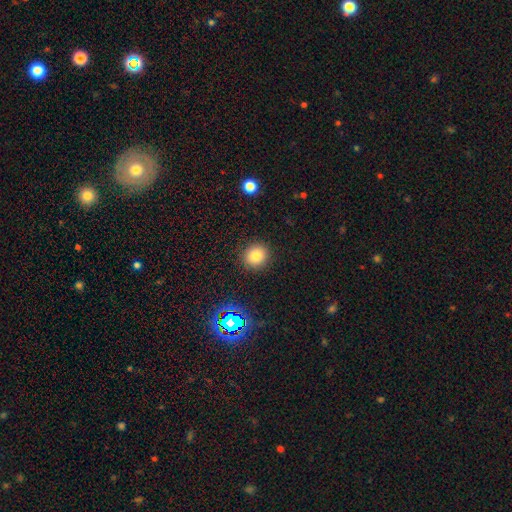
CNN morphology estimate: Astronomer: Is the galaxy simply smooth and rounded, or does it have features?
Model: smooth — 78%.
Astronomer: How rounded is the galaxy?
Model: round — 88%.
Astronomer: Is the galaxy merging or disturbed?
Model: none — 90%.